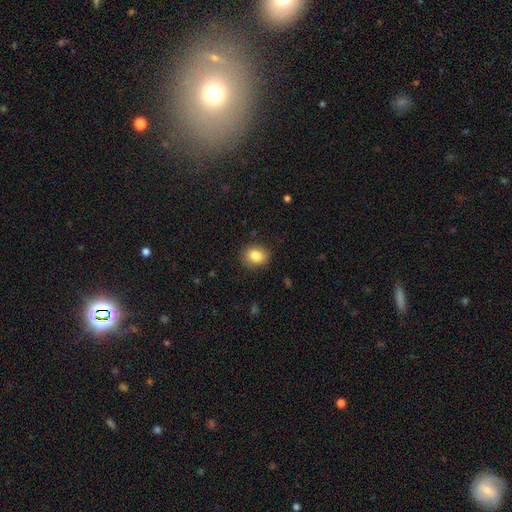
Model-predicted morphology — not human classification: This appears to be a smooth galaxy with no disk features (84%) that is round (56%). Merging: none (86%).